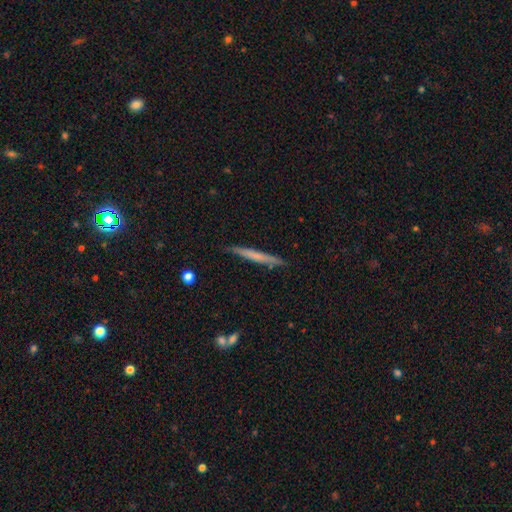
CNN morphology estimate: Smooth or featured?
  - smooth: 56% *
  - featured or disk: 38%
  - star or artifact: 6%
How rounded?
  - cigar-shaped: 96% *
  - in between: 2%
  - round: 1%
Merging?
  - none: 88% *
  - minor disturbance: 9%
  - major disturbance: 2%
  - merger: 1%